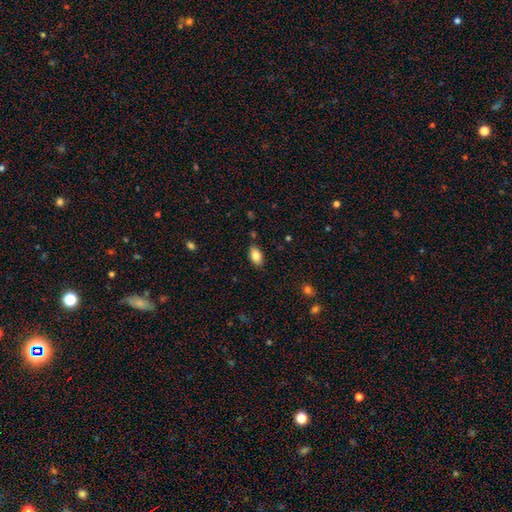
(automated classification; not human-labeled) smooth_or_featured: smooth (p=0.85) [alt: star or artifact p=0.08]
how_rounded: in between (p=0.92) [alt: round p=0.05]
merging: none (p=0.84) [alt: minor disturbance p=0.11]